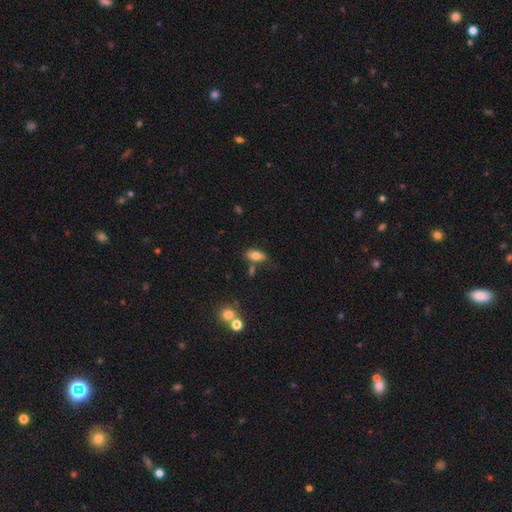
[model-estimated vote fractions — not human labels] A smooth galaxy with no disk features (78%) that is in between round and cigar-shaped (89%). Merging: none (62%).